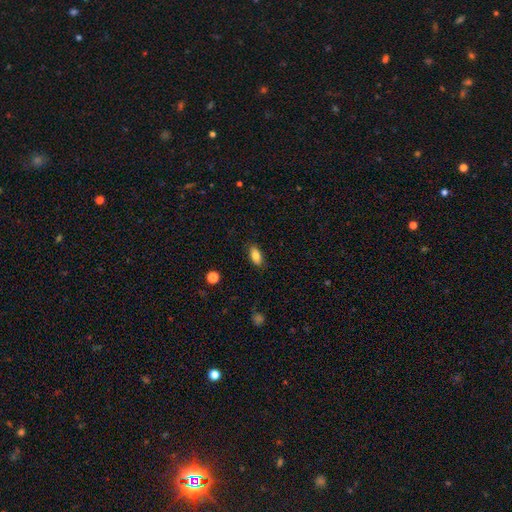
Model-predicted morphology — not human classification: Overall: smooth (82%). How rounded: in between (89%). Merging: none (84%).